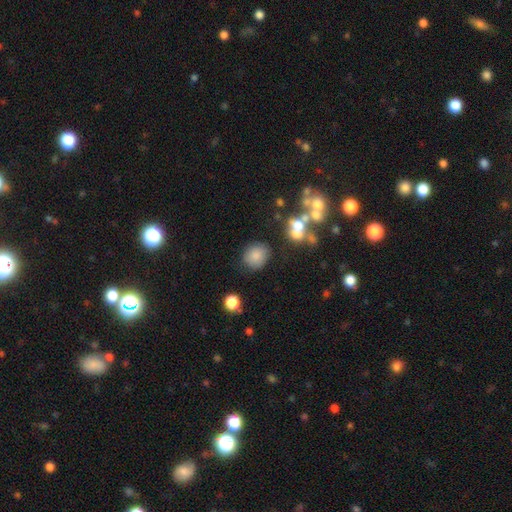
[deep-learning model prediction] A smooth galaxy with no disk features (80%) that is round (73%). Merging: none (76%).